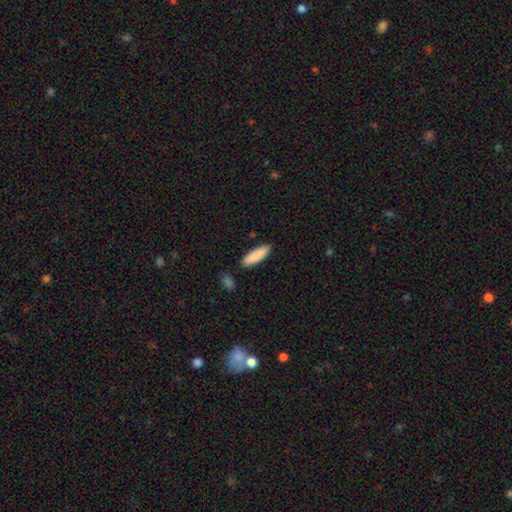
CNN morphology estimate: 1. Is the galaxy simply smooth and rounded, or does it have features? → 88% smooth, 7% featured or disk, 6% star or artifact.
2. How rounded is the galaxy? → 59% cigar-shaped, 40% in between, 2% round.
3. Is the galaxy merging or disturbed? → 87% none, 9% minor disturbance, 3% merger, 2% major disturbance.